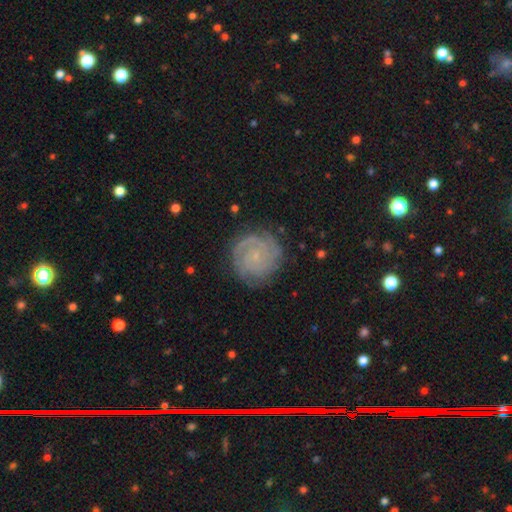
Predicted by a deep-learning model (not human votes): A featured or disk galaxy (83%) with no bar (74%), 2 (40%) tight (77%) spiral arms (97%) and a small central bulge (80%). Merging: none (82%).